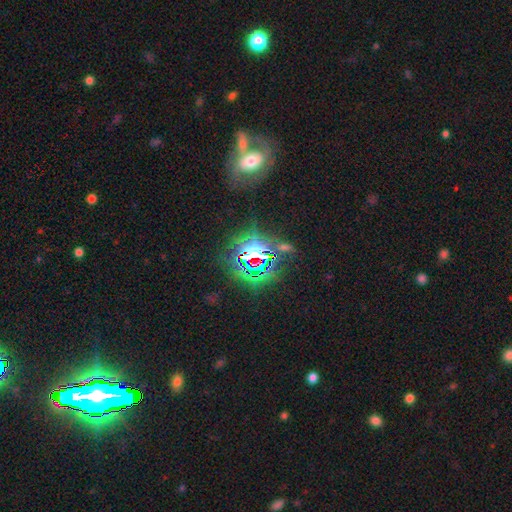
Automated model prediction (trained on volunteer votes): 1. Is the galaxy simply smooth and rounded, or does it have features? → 67% star or artifact, 19% smooth, 14% featured or disk.